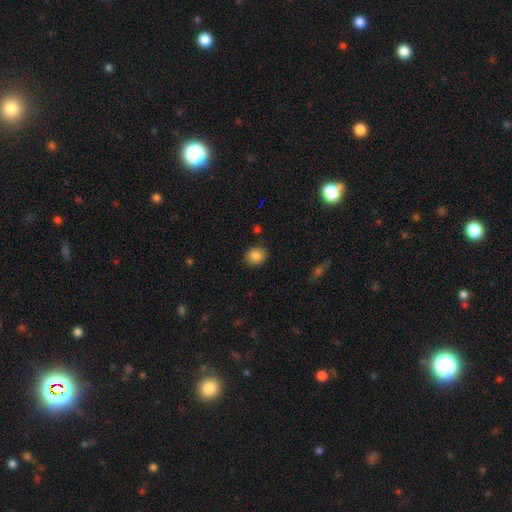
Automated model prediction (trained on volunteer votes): smooth_or_featured: smooth (p=0.87) [alt: star or artifact p=0.09]
how_rounded: round (p=0.66) [alt: in between p=0.33]
merging: none (p=0.86) [alt: minor disturbance p=0.10]